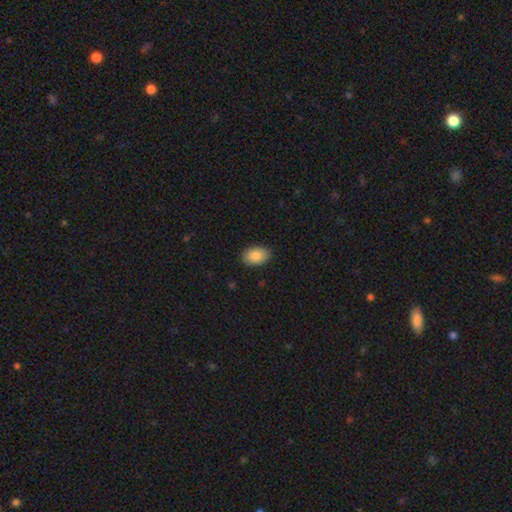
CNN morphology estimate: smooth 88%, star or artifact 7%, featured or disk 5%. Down the decision tree: how rounded — in between (89%); merging — none (87%).